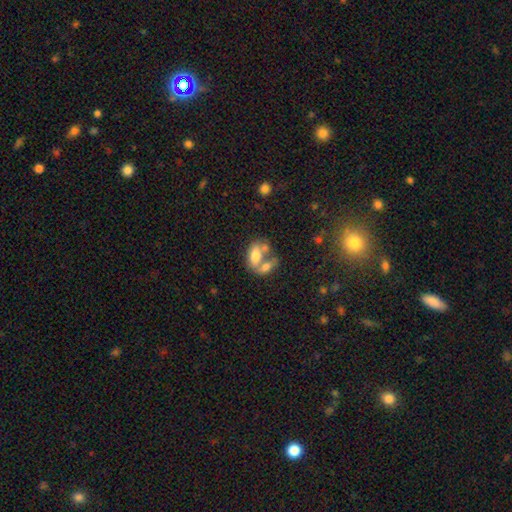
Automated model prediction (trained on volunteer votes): A smooth galaxy with no disk features (68%) that is in between round and cigar-shaped (87%).

Vote fractions:
- Smooth or featured? smooth: 68% / featured or disk: 24% / star or artifact: 8%
- How rounded? in between: 87% / round: 8% / cigar-shaped: 5%
- Merging? merger: 59% / none: 24% / minor disturbance: 9% / major disturbance: 7%